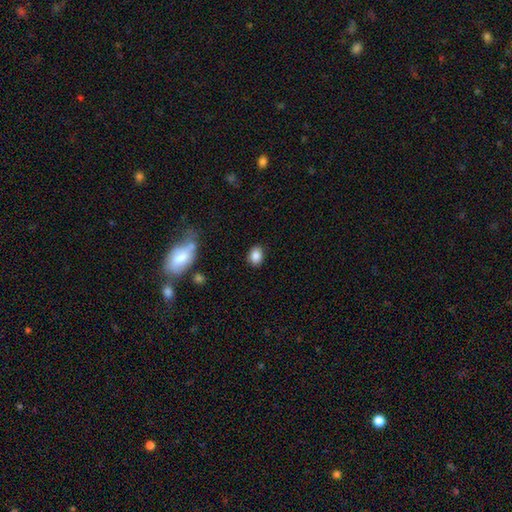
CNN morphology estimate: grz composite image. It shows a smooth galaxy with no disk features (86%) that is in between round and cigar-shaped (63%). Merging: none (85%).